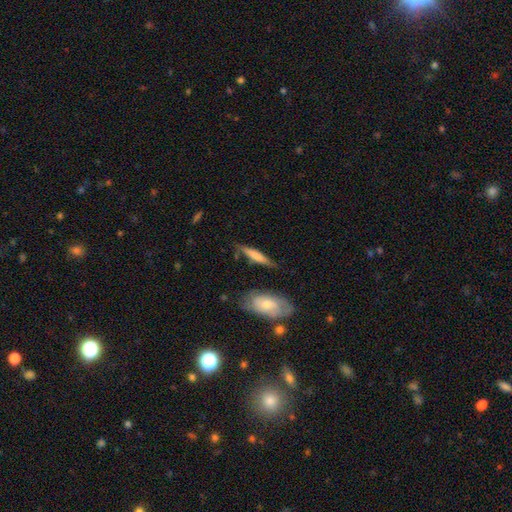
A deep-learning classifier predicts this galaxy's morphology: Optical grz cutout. It shows a smooth galaxy with no disk features (60%) that is cigar-shaped (83%). Merging: none (73%).